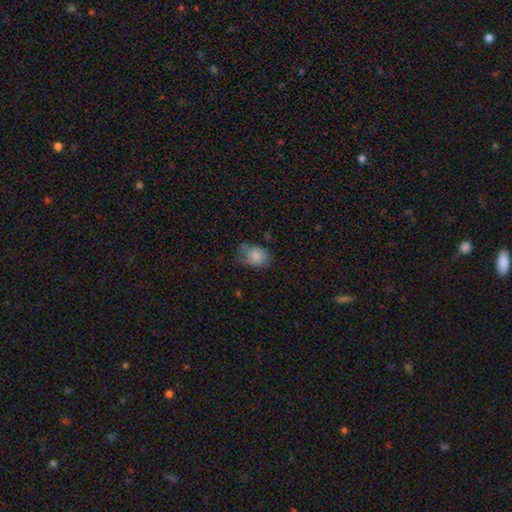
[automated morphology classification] A smooth galaxy with no disk features (83%) that is in between round and cigar-shaped (70%).

Vote fractions:
- Smooth or featured? smooth: 83% / featured or disk: 9% / star or artifact: 8%
- How rounded? in between: 70% / round: 29% / cigar-shaped: 1%
- Merging? none: 51% / minor disturbance: 35% / major disturbance: 12% / merger: 2%